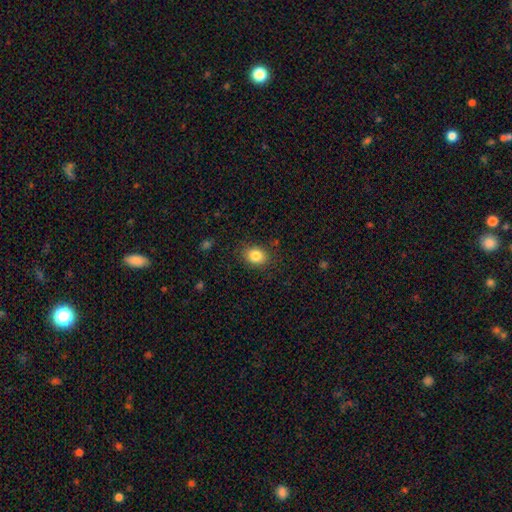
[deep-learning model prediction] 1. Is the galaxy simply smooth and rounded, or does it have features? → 85% smooth, 9% star or artifact, 6% featured or disk.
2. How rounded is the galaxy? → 54% in between, 45% round, 1% cigar-shaped.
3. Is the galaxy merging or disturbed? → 85% none, 11% minor disturbance, 3% major disturbance, 1% merger.